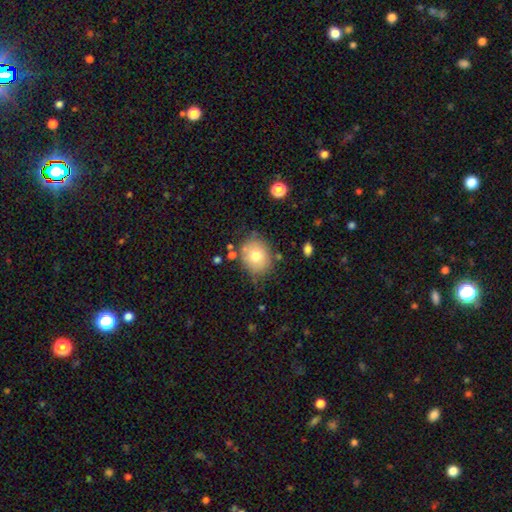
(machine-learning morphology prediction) type=smooth (73%); roundness=round (61%); merging=none (74%).